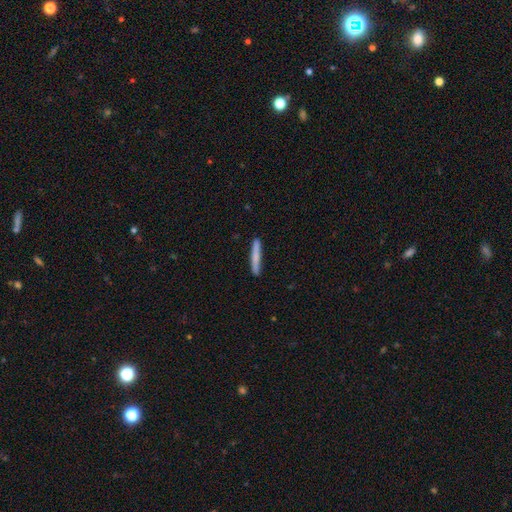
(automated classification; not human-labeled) Smooth or featured? Predicted: smooth (p=0.75). How rounded? Predicted: cigar-shaped (p=0.96). Merging? Predicted: none (p=0.91).